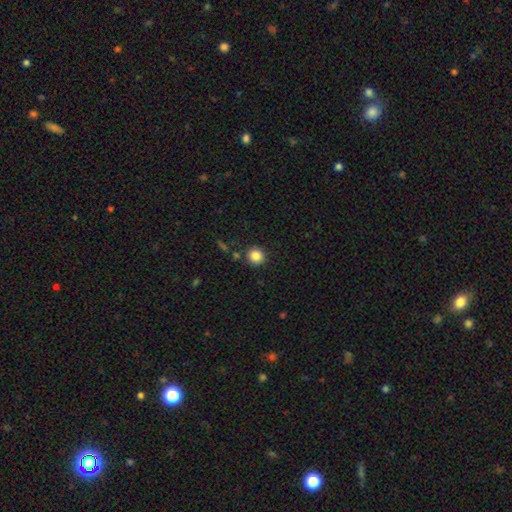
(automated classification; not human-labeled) Smooth or featured? Predicted: smooth (p=0.85). How rounded? Predicted: round (p=0.92). Merging? Predicted: none (p=0.88).